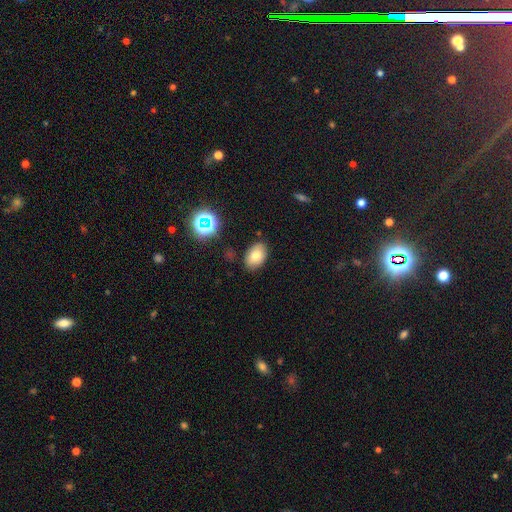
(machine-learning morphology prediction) Smooth or featured?
  - smooth: 76% *
  - star or artifact: 12%
  - featured or disk: 12%
How rounded?
  - in between: 86% *
  - round: 13%
  - cigar-shaped: 1%
Merging?
  - none: 83% *
  - minor disturbance: 11%
  - major disturbance: 3%
  - merger: 2%